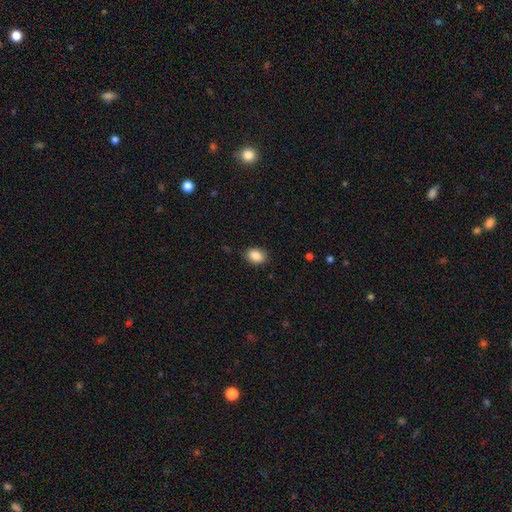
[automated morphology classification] A smooth galaxy with no disk features (87%) that is in between round and cigar-shaped (75%).

Vote fractions:
- Smooth or featured? smooth: 87% / star or artifact: 8% / featured or disk: 4%
- How rounded? in between: 75% / round: 24% / cigar-shaped: 1%
- Merging? none: 87% / minor disturbance: 10% / major disturbance: 2% / merger: 1%